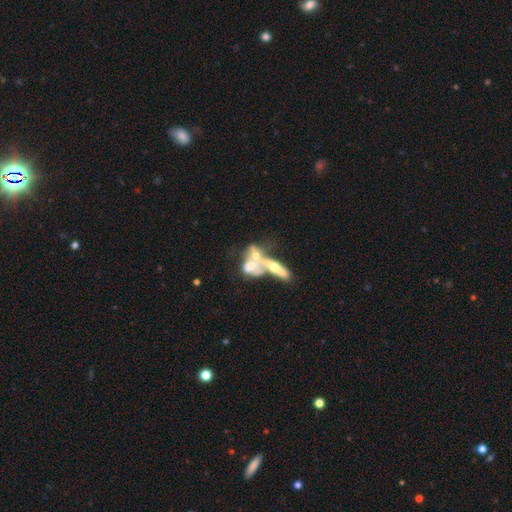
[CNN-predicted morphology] Smooth or featured: featured or disk — 55% (smooth — 34%)
Edge-on disk: no — 83% (yes — 17%)
Merging: merger — 67% (none — 13%)